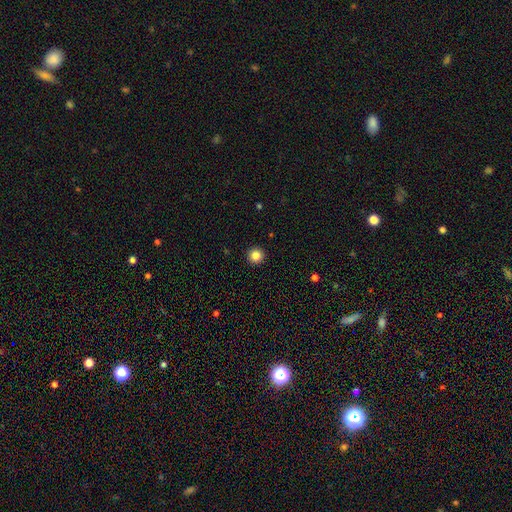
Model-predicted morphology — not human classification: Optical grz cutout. It shows a smooth galaxy with no disk features (85%) that is round (96%). Merging: none (94%).